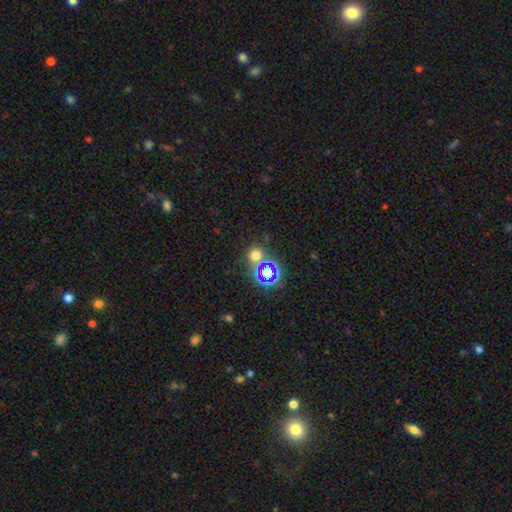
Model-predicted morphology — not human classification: smooth 58%, star or artifact 35%, featured or disk 7%. Down the decision tree: how rounded — round (86%); merging — none (70%).